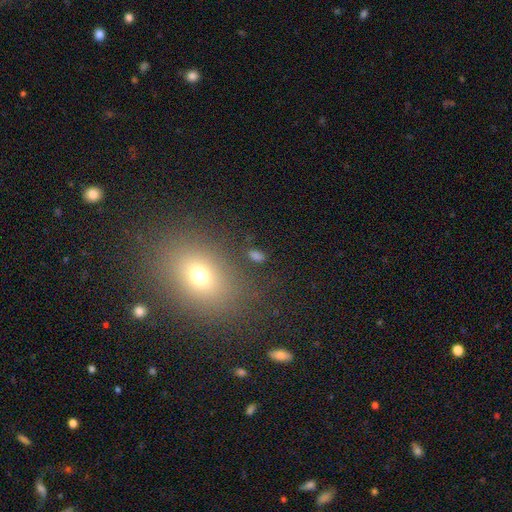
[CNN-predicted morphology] type=smooth (65%); roundness=in between (66%); merging=none (78%).